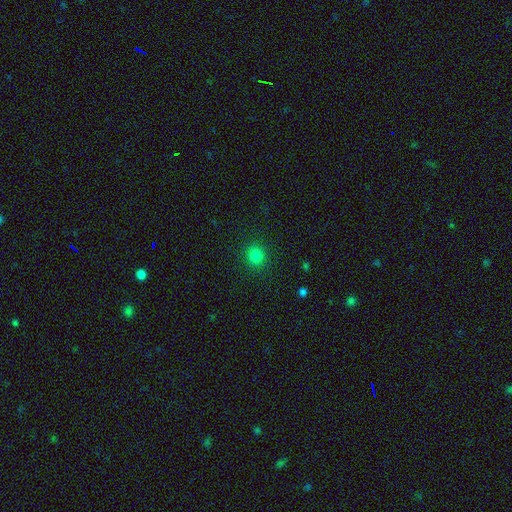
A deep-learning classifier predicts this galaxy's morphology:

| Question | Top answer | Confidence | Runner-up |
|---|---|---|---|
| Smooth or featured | smooth | 82% | star or artifact (14%) |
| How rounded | round | 92% | in between (7%) |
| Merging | none | 91% | minor disturbance (6%) |